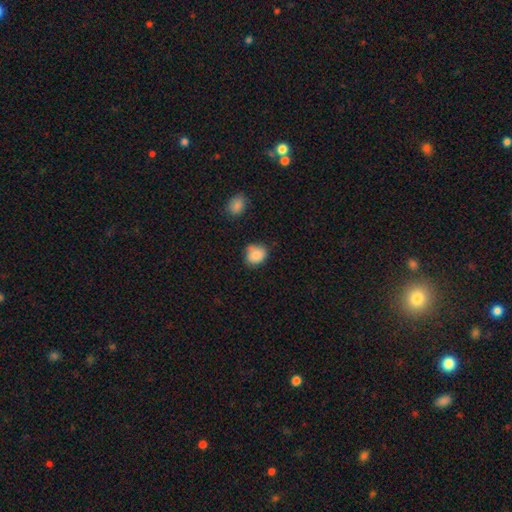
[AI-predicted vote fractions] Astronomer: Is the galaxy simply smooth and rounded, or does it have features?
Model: smooth — 86%.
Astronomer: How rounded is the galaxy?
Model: round — 61% (runner-up: in between, 38%).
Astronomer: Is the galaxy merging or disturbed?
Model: none — 63%.